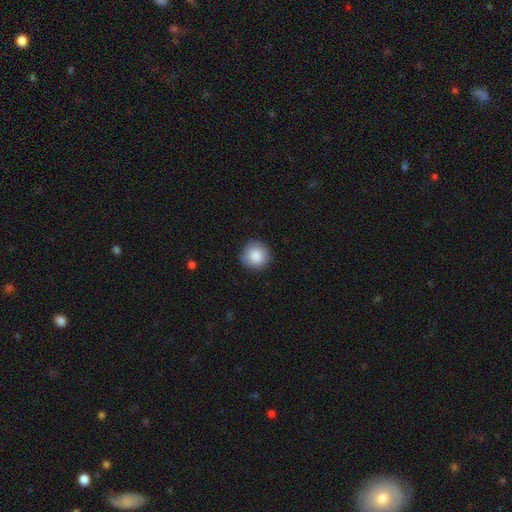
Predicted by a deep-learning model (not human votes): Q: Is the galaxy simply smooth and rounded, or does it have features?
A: smooth — 88%.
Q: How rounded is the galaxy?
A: round — 94%.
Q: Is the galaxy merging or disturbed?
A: none — 86%.